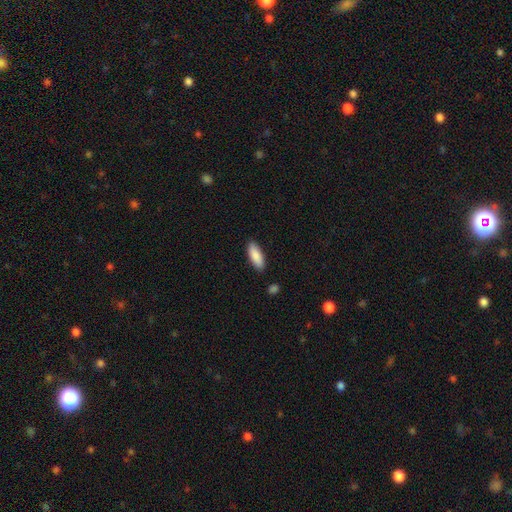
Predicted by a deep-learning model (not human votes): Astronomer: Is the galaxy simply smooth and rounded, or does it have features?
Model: smooth — 87%.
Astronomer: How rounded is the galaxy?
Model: in between — 68%.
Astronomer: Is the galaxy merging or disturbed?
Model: none — 88%.